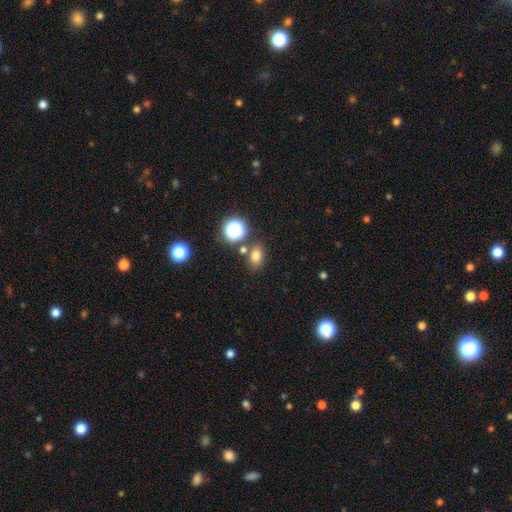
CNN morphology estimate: Smooth or featured? Predicted: smooth (p=0.74). How rounded? Predicted: in between (p=0.67). Merging? Predicted: none (p=0.73).